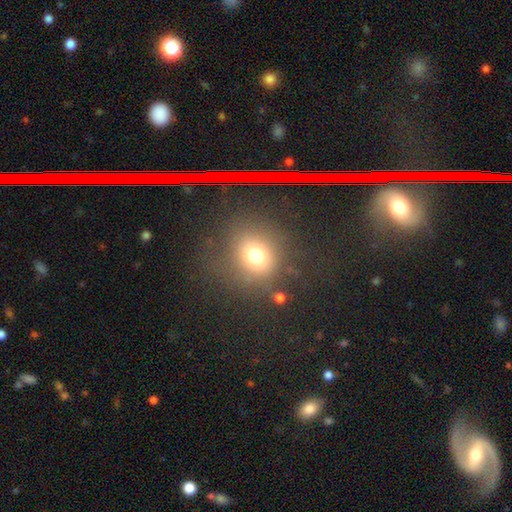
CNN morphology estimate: The model was most divided on "smooth or featured": smooth: 71%, star or artifact: 19%, featured or disk: 10%. More confident: how rounded — round (83%); merging — none (76%).